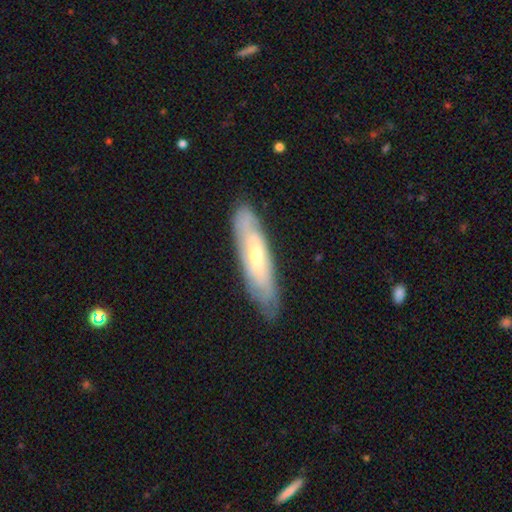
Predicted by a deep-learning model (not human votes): Smooth or featured: featured or disk — 64% (smooth — 30%)
Edge-on disk: no — 62% (yes — 38%)
Merging: none — 80% (minor disturbance — 16%)